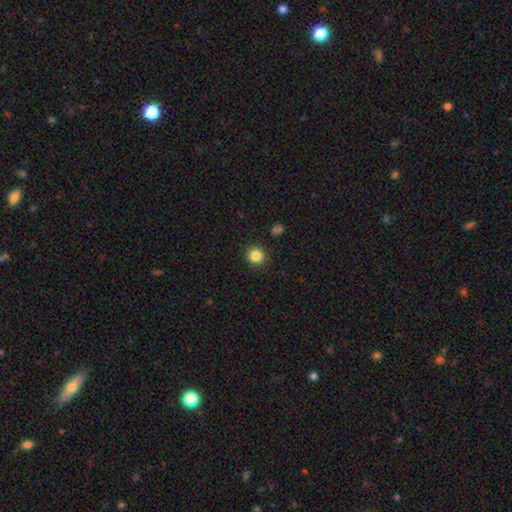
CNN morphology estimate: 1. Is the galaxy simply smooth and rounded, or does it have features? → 85% smooth, 11% star or artifact, 4% featured or disk.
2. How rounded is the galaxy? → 93% round, 6% in between, 1% cigar-shaped.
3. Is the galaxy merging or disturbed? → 91% none, 6% minor disturbance, 2% major disturbance, 1% merger.